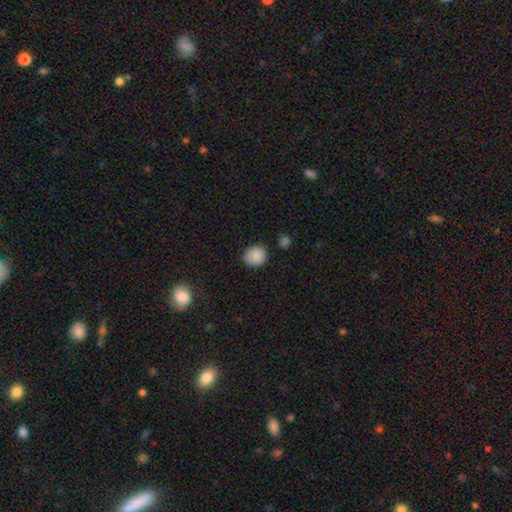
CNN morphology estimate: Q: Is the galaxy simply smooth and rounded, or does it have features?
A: smooth — 88%.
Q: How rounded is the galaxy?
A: round — 77%.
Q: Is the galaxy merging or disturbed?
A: none — 84%.